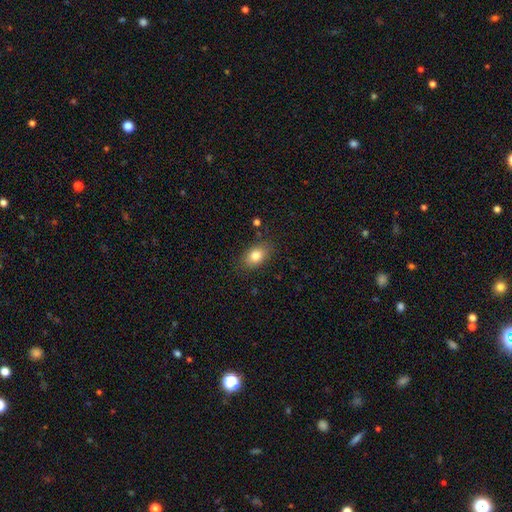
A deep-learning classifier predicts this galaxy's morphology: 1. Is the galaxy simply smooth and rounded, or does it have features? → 81% smooth, 10% featured or disk, 9% star or artifact.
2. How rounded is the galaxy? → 84% in between, 14% round, 2% cigar-shaped.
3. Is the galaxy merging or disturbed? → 83% none, 12% minor disturbance, 3% major disturbance, 2% merger.